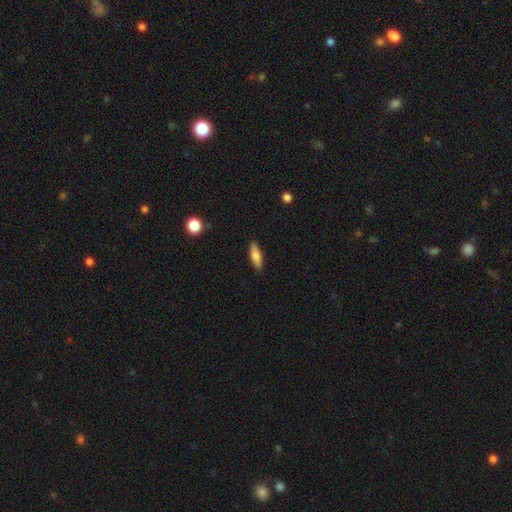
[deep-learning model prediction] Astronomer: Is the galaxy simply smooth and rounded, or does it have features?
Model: smooth — 74%.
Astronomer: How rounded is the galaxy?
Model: cigar-shaped — 53% (runner-up: in between, 44%).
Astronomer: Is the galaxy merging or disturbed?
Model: none — 88%.